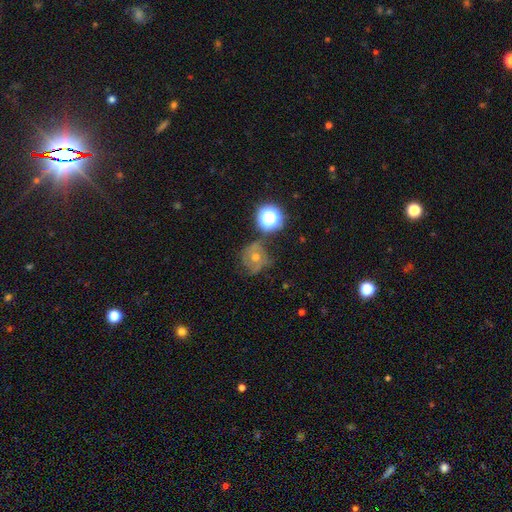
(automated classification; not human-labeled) A star or artifact, not a galaxy (59%).

Vote fractions:
- Smooth or featured? star or artifact: 59% / smooth: 28% / featured or disk: 13%